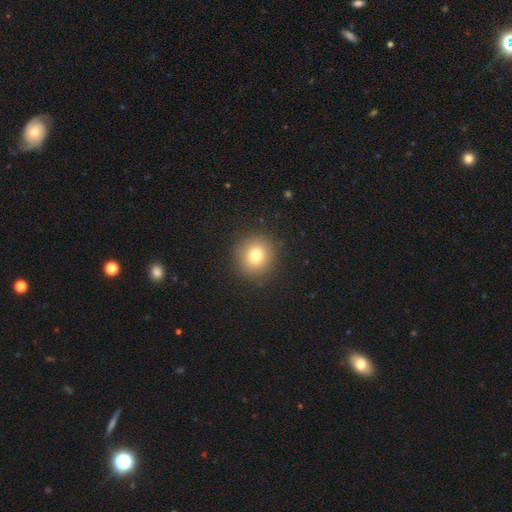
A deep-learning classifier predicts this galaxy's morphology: This is likely a smooth galaxy (77%). How rounded: clearly round (89%). Merging: clearly none (89%).